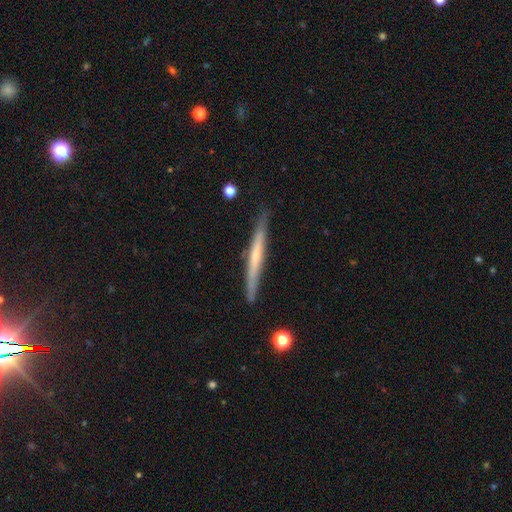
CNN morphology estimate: smooth-or-featured: featured or disk: 60% | smooth: 34% | star or artifact: 6%
  disk-edge-on: yes: 96% | no: 4%
    edge-on-bulge: none: 58% | rounded: 36% | boxy: 6%
  merging: none: 88% | minor disturbance: 9% | major disturbance: 2% | merger: 1%